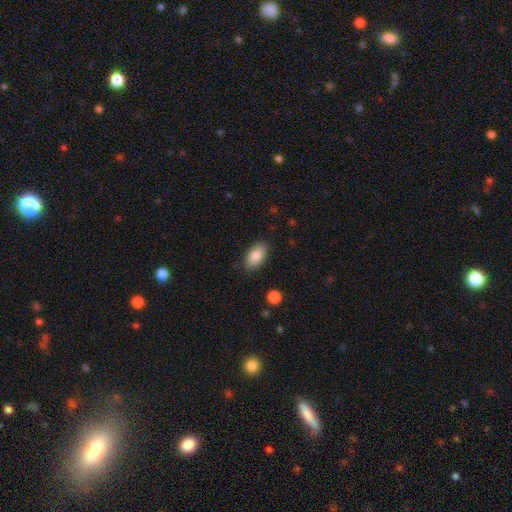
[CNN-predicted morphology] Smooth or featured: smooth — 85% (featured or disk — 8%)
How rounded: in between — 93% (round — 3%)
Merging: none — 86% (minor disturbance — 10%)